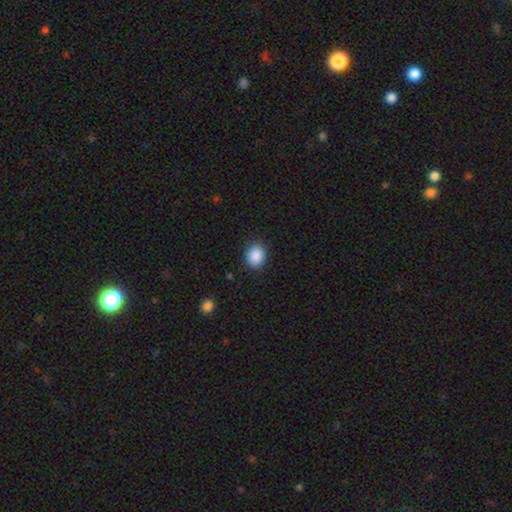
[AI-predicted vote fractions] Overall: smooth (89%). How rounded: round (56%; in between 43%). Merging: none (88%).